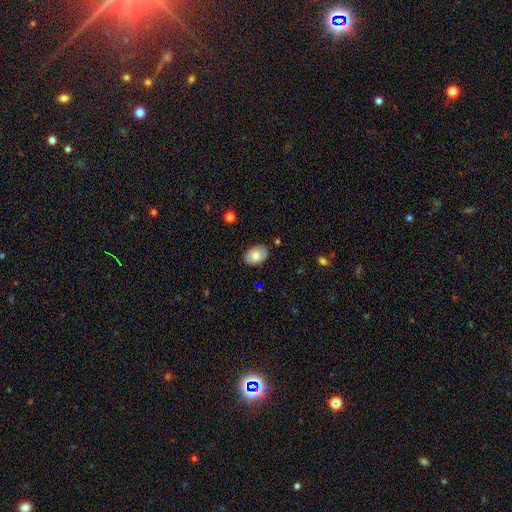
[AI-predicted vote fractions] Smooth or featured: smooth — 72% (featured or disk — 21%)
How rounded: in between — 85% (round — 14%)
Merging: none — 84% (minor disturbance — 12%)